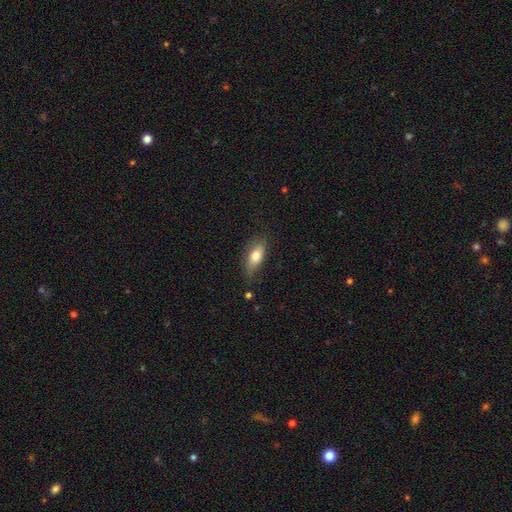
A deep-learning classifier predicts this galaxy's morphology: This is likely a smooth galaxy (76%). How rounded: clearly in between (82%). Merging: likely none (72%).